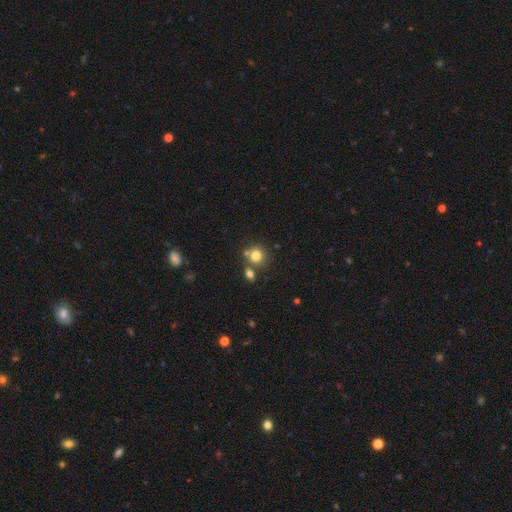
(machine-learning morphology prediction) The model was most divided on "merging": none: 65%, merger: 23%, minor disturbance: 9%, major disturbance: 3%. More confident: how rounded — round (87%); smooth or featured — smooth (79%).